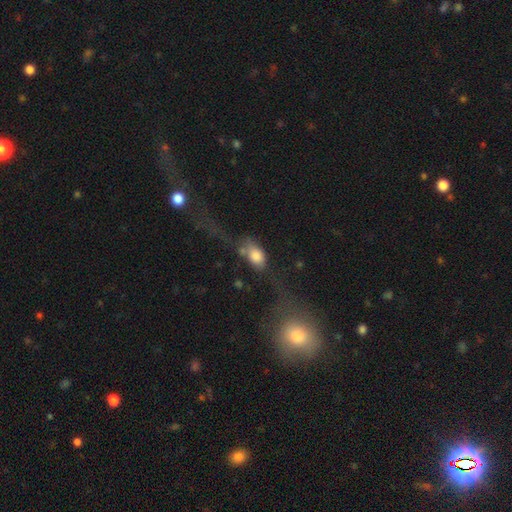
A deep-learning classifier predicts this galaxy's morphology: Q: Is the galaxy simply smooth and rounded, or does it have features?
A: smooth — 76%.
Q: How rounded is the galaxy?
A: in between — 85%.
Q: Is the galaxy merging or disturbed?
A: none — 32%.